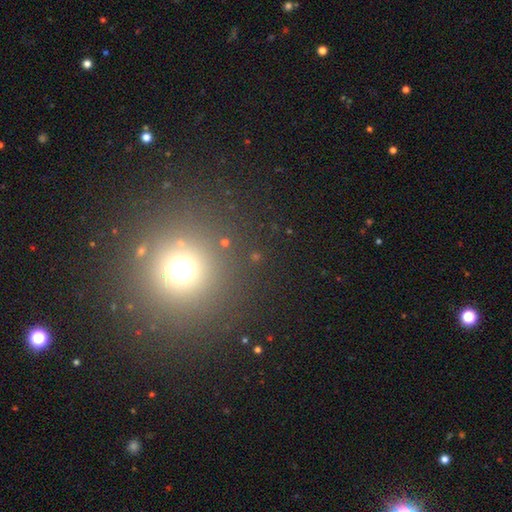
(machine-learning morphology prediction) Smooth or featured?
  - smooth: 53% *
  - star or artifact: 39%
  - featured or disk: 8%
How rounded?
  - round: 95% *
  - in between: 4%
  - cigar-shaped: 1%
Merging?
  - none: 87% *
  - minor disturbance: 6%
  - major disturbance: 4%
  - merger: 3%